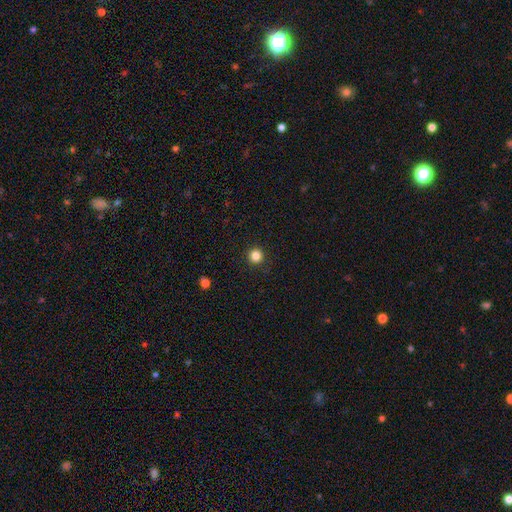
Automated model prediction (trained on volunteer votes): This appears to be a smooth galaxy with no disk features (84%) that is round (96%). Merging: none (92%).